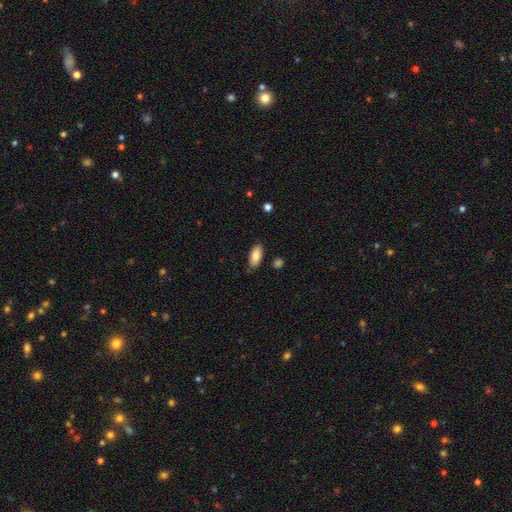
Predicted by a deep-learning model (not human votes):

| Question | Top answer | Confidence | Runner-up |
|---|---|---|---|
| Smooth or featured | smooth | 85% | featured or disk (8%) |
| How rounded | in between | 87% | cigar-shaped (11%) |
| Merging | none | 82% | minor disturbance (13%) |